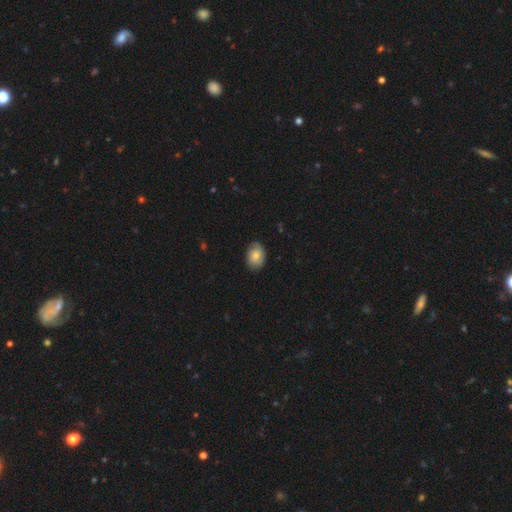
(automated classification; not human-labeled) Smooth or featured? Predicted: smooth (p=0.68). How rounded? Predicted: in between (p=0.69). Merging? Predicted: none (p=0.76).